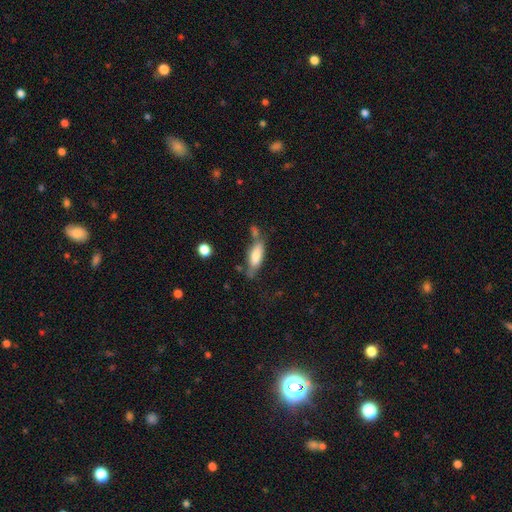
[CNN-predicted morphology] smooth 72%, featured or disk 21%, star or artifact 7%. Down the decision tree: how rounded — in between (64%); merging — none (50%).